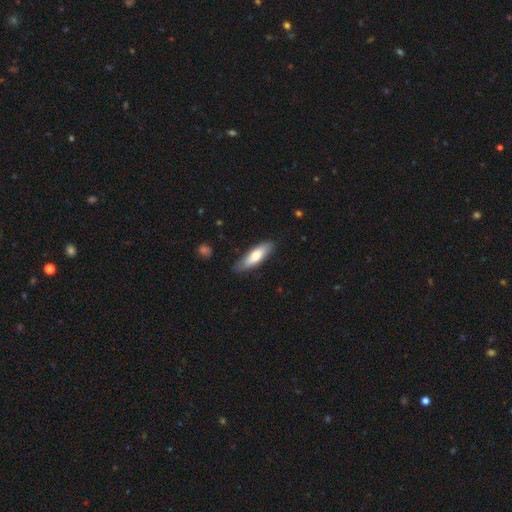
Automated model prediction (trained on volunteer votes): Overall: smooth (70%). How rounded: cigar-shaped (50%; in between 48%). Merging: none (80%).